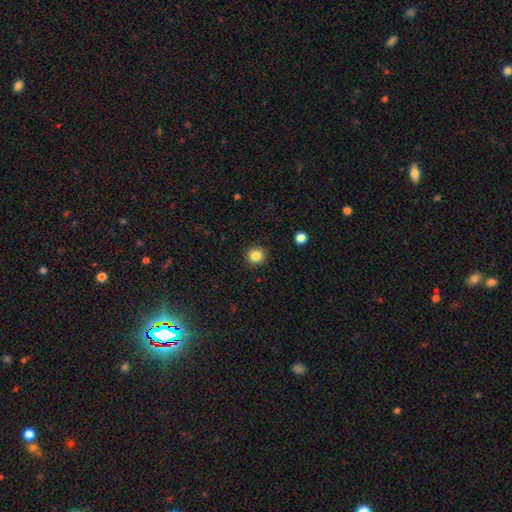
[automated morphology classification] A smooth galaxy with no disk features (84%) that is round (93%).

Vote fractions:
- Smooth or featured? smooth: 84% / star or artifact: 11% / featured or disk: 4%
- How rounded? round: 93% / in between: 6% / cigar-shaped: 1%
- Merging? none: 91% / minor disturbance: 6% / major disturbance: 2% / merger: 1%